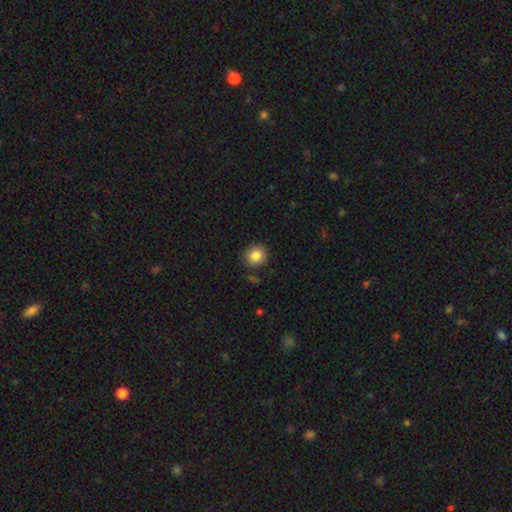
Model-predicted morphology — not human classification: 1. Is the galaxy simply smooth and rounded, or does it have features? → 85% smooth, 9% star or artifact, 5% featured or disk.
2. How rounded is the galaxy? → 89% round, 10% in between, 1% cigar-shaped.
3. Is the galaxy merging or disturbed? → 87% none, 8% minor disturbance, 2% merger, 2% major disturbance.